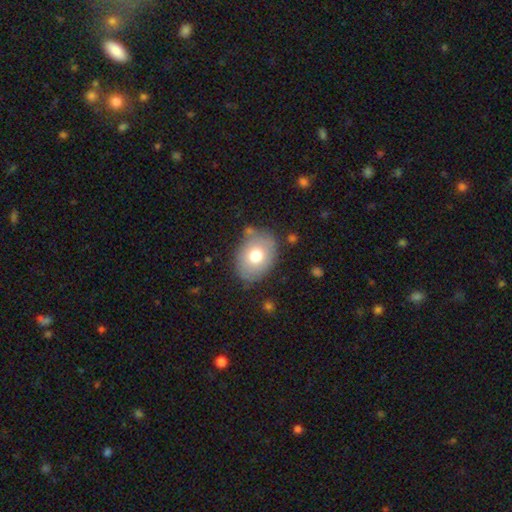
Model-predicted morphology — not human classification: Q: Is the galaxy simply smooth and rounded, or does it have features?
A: smooth — 73%.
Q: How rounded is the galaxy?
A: in between — 71%.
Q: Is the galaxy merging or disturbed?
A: none — 76%.